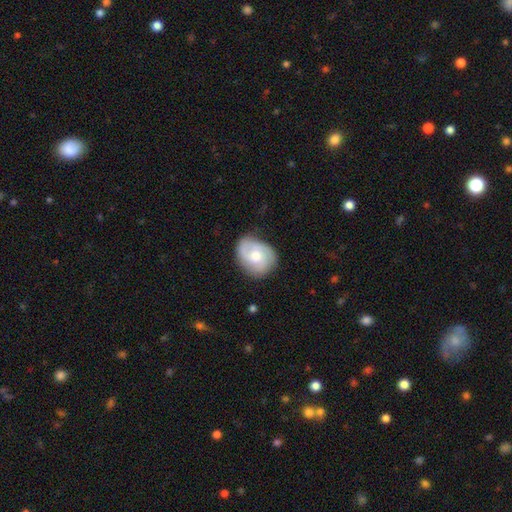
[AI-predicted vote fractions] Smooth or featured?
  - featured or disk: 54% *
  - smooth: 39%
  - star or artifact: 6%
Edge-on disk?
  - no: 97% *
  - yes: 3%
Bar?
  - no: 72% *
  - weak: 25%
  - strong: 4%
Spiral arms?
  - yes: 83% *
  - no: 17%
Bulge size?
  - moderate: 69% *
  - small: 22%
  - large: 7%
  - none: 1%
  - dominant: 1%
Merging?
  - none: 68% *
  - minor disturbance: 24%
  - major disturbance: 7%
  - merger: 2%